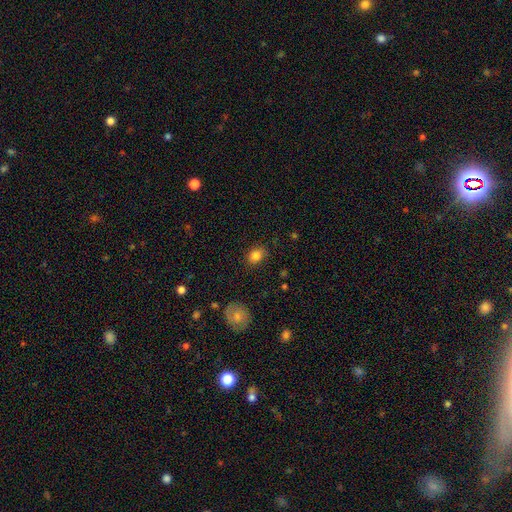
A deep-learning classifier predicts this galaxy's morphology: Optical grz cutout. It shows a smooth galaxy with no disk features (84%) that is in between round and cigar-shaped (57%). Merging: none (81%).